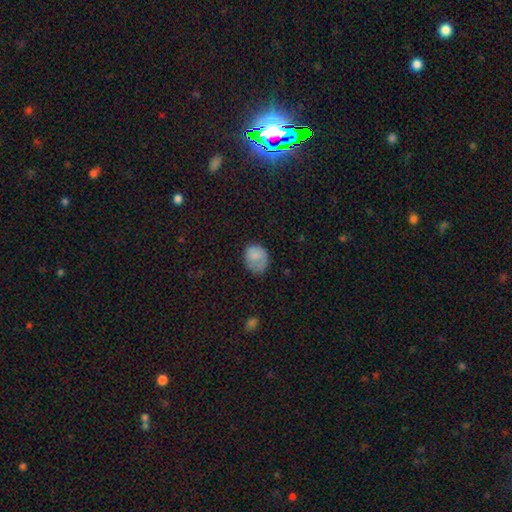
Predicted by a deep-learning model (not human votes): Morphology: type=smooth (79%); roundness=round (51%); merging=none (55%).